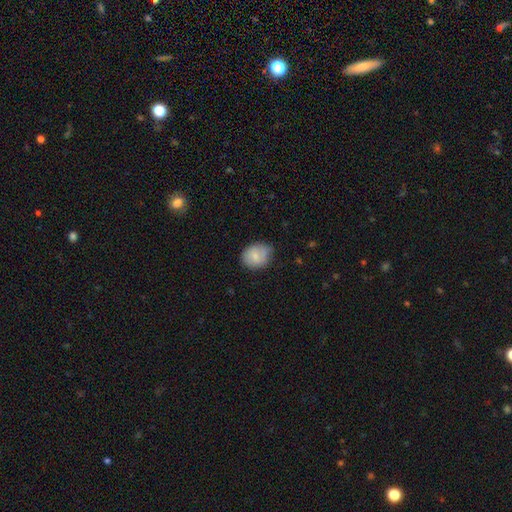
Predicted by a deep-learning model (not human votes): This appears to be a smooth galaxy with no disk features (77%) that is round (50%). Merging: none (64%).